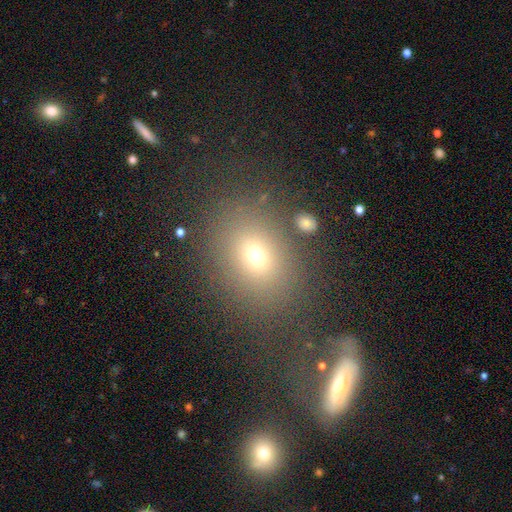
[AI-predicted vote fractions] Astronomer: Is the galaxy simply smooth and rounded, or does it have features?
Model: smooth — 67%.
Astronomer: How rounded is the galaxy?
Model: round — 52% (runner-up: in between, 47%).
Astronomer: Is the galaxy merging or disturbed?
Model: none — 75%.